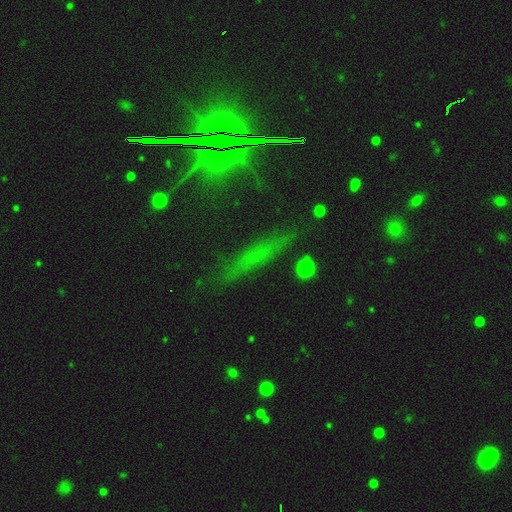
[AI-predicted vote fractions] Smooth or featured?
  - star or artifact: 48% *
  - smooth: 29%
  - featured or disk: 22%